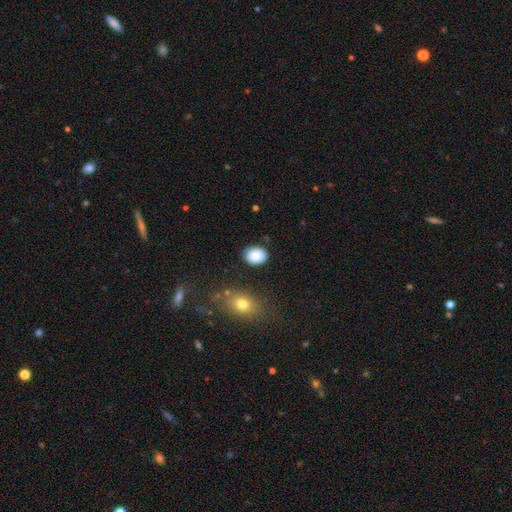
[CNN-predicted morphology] A smooth galaxy with no disk features (86%) that is in between round and cigar-shaped (57%).

Vote fractions:
- Smooth or featured? smooth: 86% / star or artifact: 8% / featured or disk: 6%
- How rounded? in between: 57% / round: 41% / cigar-shaped: 1%
- Merging? none: 80% / minor disturbance: 14% / major disturbance: 3% / merger: 3%